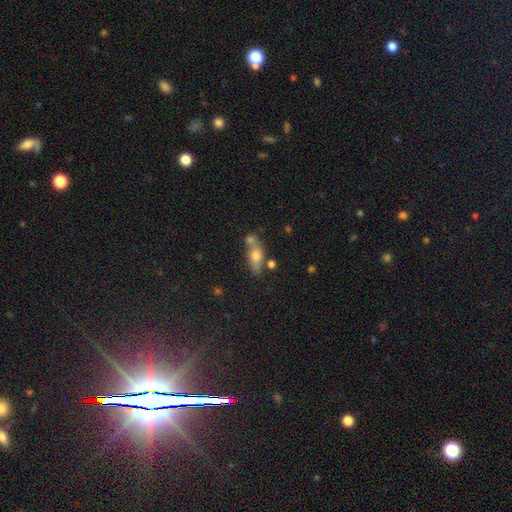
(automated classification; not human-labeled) A smooth galaxy with no disk features (65%) that is in between round and cigar-shaped (71%).

Vote fractions:
- Smooth or featured? smooth: 65% / featured or disk: 26% / star or artifact: 9%
- How rounded? in between: 71% / cigar-shaped: 20% / round: 9%
- Merging? none: 53% / merger: 26% / minor disturbance: 16% / major disturbance: 6%